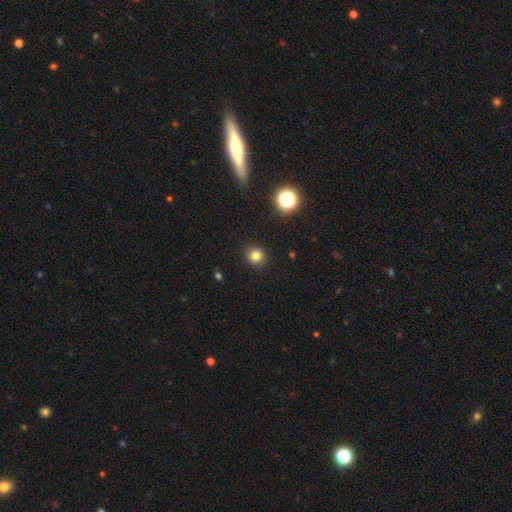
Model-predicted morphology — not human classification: The model was most divided on "smooth or featured": smooth: 80%, star or artifact: 14%, featured or disk: 6%. More confident: merging — none (91%); how rounded — round (90%).